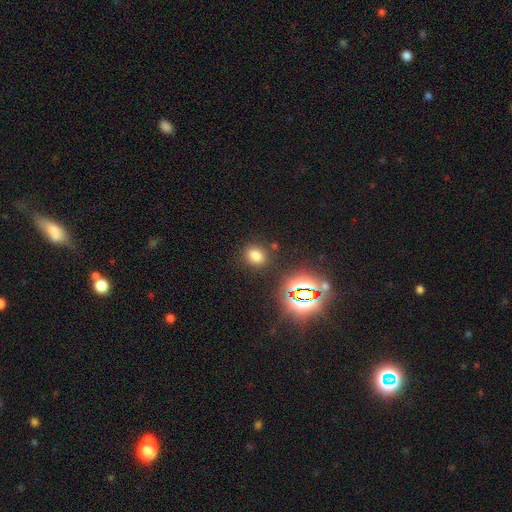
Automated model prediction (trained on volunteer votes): smooth 71%, star or artifact 21%, featured or disk 7%. Down the decision tree: how rounded — round (50%); merging — none (84%).